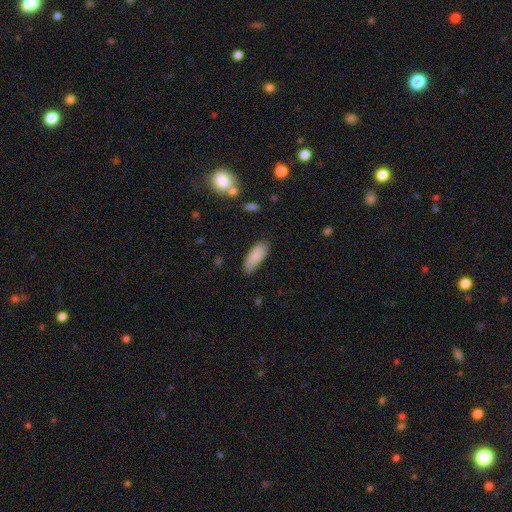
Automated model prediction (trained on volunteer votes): A smooth galaxy with no disk features (87%) that is in between round and cigar-shaped (77%). Merging: none (74%).